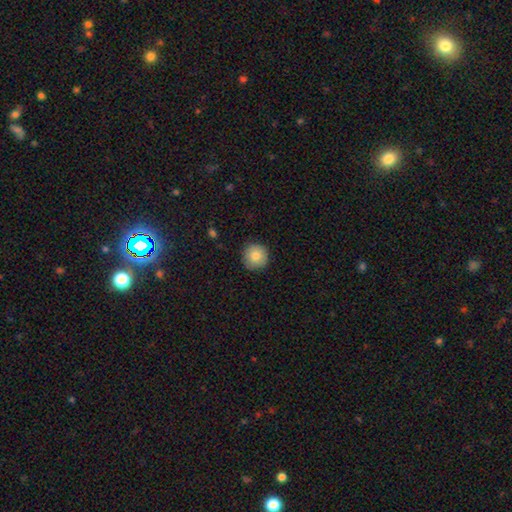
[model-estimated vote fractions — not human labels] Smooth or featured? Predicted: smooth (p=0.82). How rounded? Predicted: round (p=0.95). Merging? Predicted: none (p=0.89).